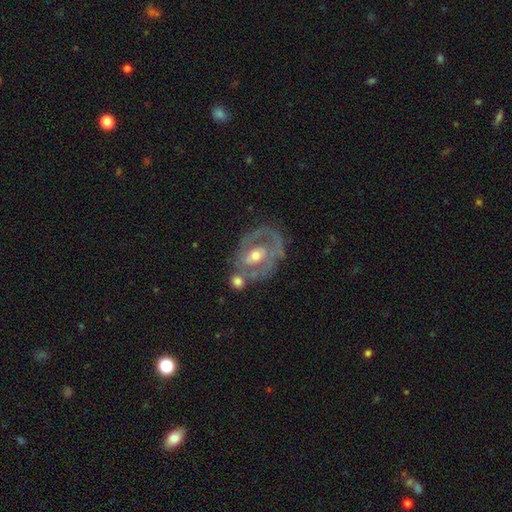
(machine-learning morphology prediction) type=featured or disk (76%); edge-on=no (96%); bar=no (50%); spiral arms=yes (60%); bulge=moderate (68%); merging=none (49%).